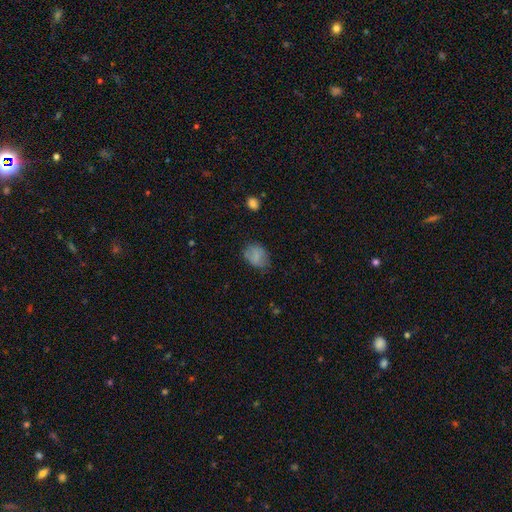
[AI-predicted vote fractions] Smooth or featured? Predicted: smooth (p=0.75). How rounded? Predicted: in between (p=0.63). Merging? Predicted: none (p=0.64).